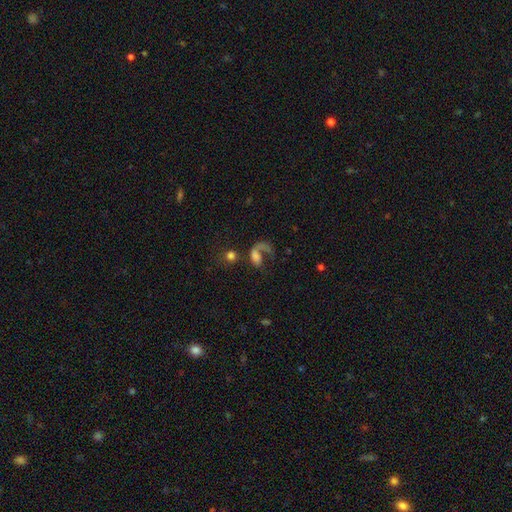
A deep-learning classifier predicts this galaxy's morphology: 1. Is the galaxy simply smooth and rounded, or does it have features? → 47% featured or disk, 41% smooth, 13% star or artifact.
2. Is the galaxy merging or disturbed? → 46% major disturbance, 27% none, 15% merger, 11% minor disturbance.